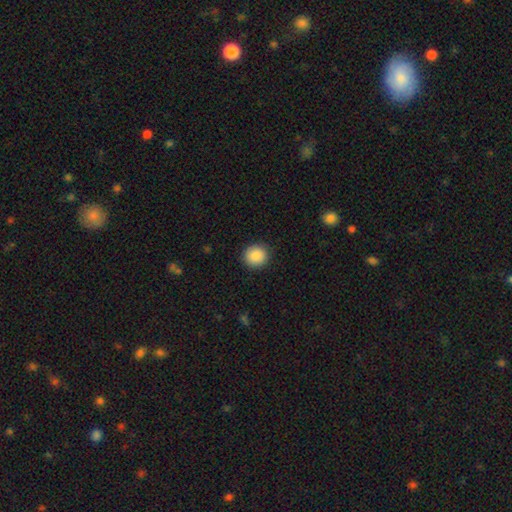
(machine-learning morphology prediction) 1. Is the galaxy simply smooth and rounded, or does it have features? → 89% smooth, 8% star or artifact, 3% featured or disk.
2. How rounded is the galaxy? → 88% round, 11% in between, 1% cigar-shaped.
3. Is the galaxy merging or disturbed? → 91% none, 6% minor disturbance, 2% major disturbance, 1% merger.